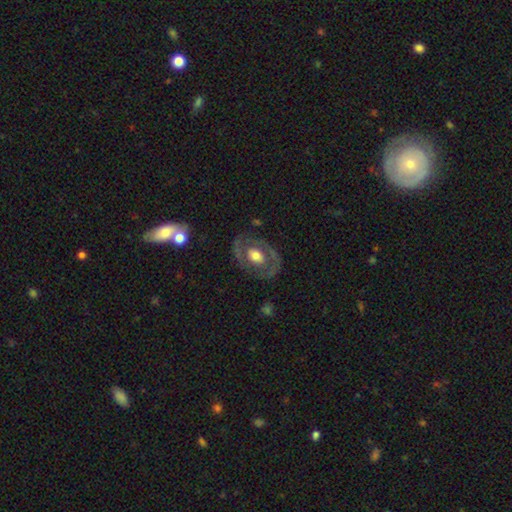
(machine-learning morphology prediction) Smooth or featured: featured or disk — 66% (smooth — 28%)
Edge-on disk: no — 95% (yes — 5%)
Bar: no — 74% (weak — 20%)
Spiral arms: no — 55% (yes — 45%)
Bulge size: moderate — 51% (large — 38%)
Merging: none — 76% (minor disturbance — 14%)